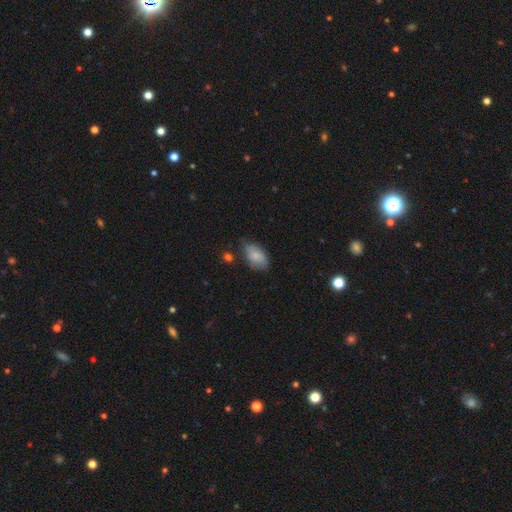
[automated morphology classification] smooth_or_featured: smooth (p=0.77) [alt: featured or disk p=0.16]
how_rounded: in between (p=0.92) [alt: round p=0.06]
merging: none (p=0.63) [alt: minor disturbance p=0.29]